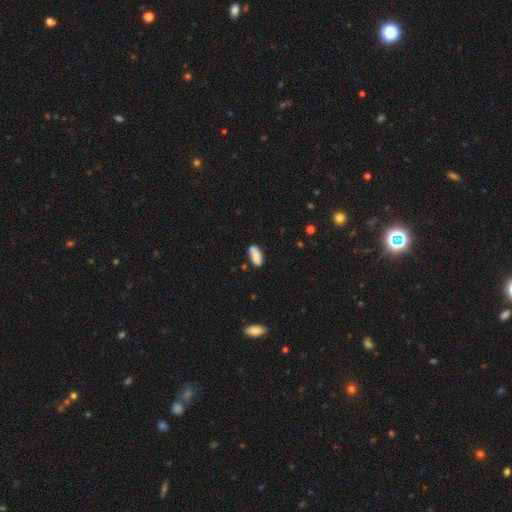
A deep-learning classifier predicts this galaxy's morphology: This appears to be a smooth galaxy with no disk features (65%) that is in between round and cigar-shaped (89%). Merging: none (62%).